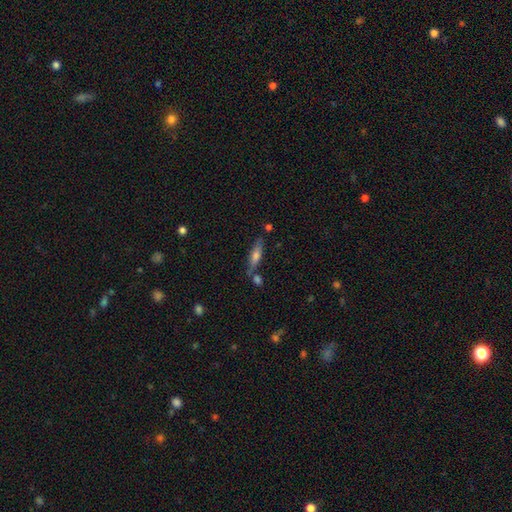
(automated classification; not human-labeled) Smooth or featured?
  - featured or disk: 51% *
  - smooth: 40%
  - star or artifact: 9%
Edge-on disk?
  - yes: 91% *
  - no: 9%
Merging?
  - none: 74% *
  - minor disturbance: 13%
  - merger: 10%
  - major disturbance: 3%